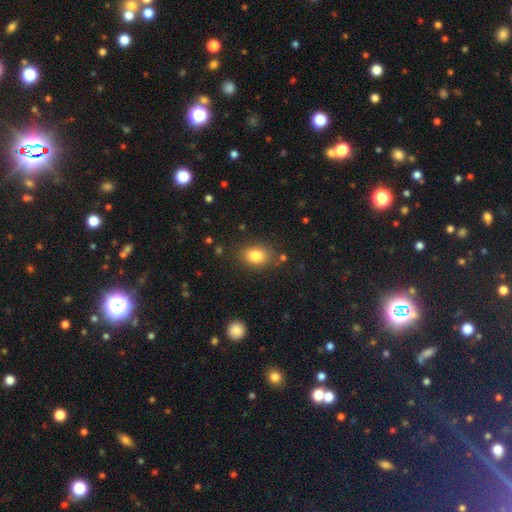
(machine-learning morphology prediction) This is clearly a smooth galaxy (81%). How rounded: likely in between (65%). Merging: clearly none (81%).